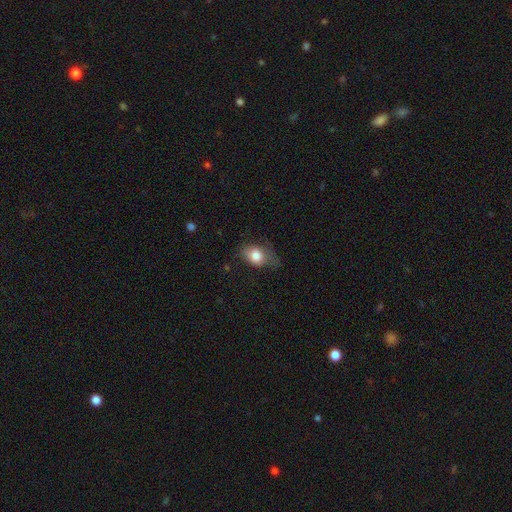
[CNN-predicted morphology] Smooth or featured? smooth (80%)
How rounded? in between (72%)
Merging? none (44%)